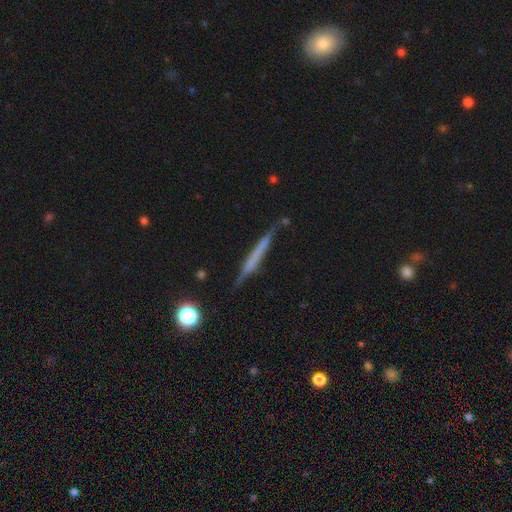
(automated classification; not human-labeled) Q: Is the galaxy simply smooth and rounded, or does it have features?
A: featured or disk — 50%.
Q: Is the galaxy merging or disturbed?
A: none — 83%.